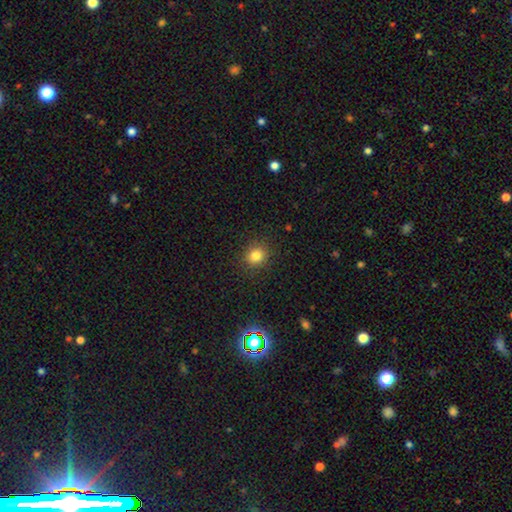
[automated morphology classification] Q: Smooth or featured?
A: smooth (82%); runner-up: star or artifact (13%)
Q: How rounded?
A: round (82%); runner-up: in between (17%)
Q: Merging?
A: none (89%); runner-up: minor disturbance (7%)